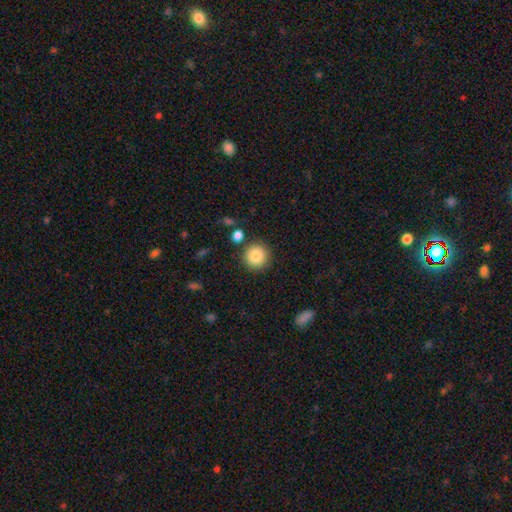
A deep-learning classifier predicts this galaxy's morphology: A smooth galaxy with no disk features (85%) that is round (94%).

Vote fractions:
- Smooth or featured? smooth: 85% / star or artifact: 9% / featured or disk: 6%
- How rounded? round: 94% / in between: 5% / cigar-shaped: 1%
- Merging? none: 86% / minor disturbance: 7% / merger: 4% / major disturbance: 2%